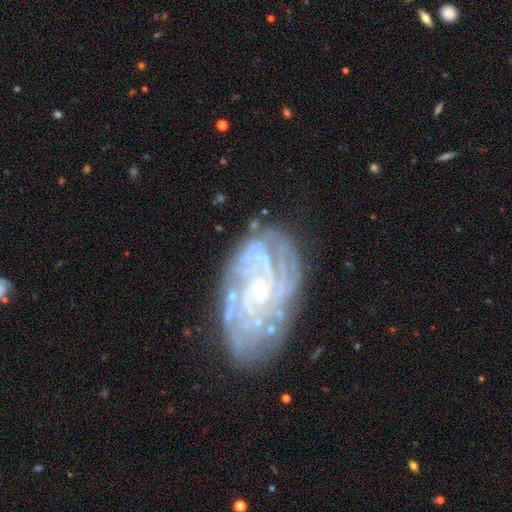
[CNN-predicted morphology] Smooth or featured?
  - featured or disk: 84% *
  - star or artifact: 8%
  - smooth: 8%
Edge-on disk?
  - no: 97% *
  - yes: 3%
Bar?
  - no: 54% *
  - weak: 33%
  - strong: 13%
Spiral arms?
  - yes: 96% *
  - no: 4%
Spiral winding?
  - tight: 67% *
  - medium: 26%
  - loose: 6%
Spiral arm count?
  - can't tell: 24% * (tied)
  - 4: 24% * (tied)
  - 3: 19%
  - more than 4: 13%
  - 2: 12%
  - 1: 7%
Bulge size?
  - small: 66% *
  - moderate: 24%
  - none: 6%
  - large: 2%
  - dominant: 1%
Merging?
  - none: 60% *
  - minor disturbance: 21%
  - major disturbance: 13%
  - merger: 7%